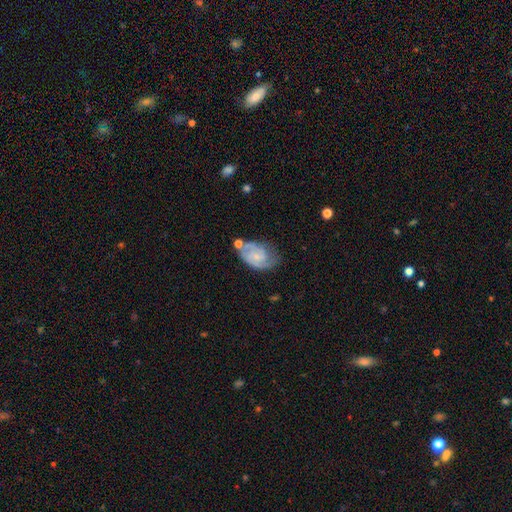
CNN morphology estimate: Smooth or featured? featured or disk (73%)
Edge-on disk? no (97%)
Bar? no (65%)
Spiral arms? yes (92%)
Spiral winding? tight (48%)
Spiral arm count? 2 (58%)
Bulge size? small (66%)
Merging? none (54%)